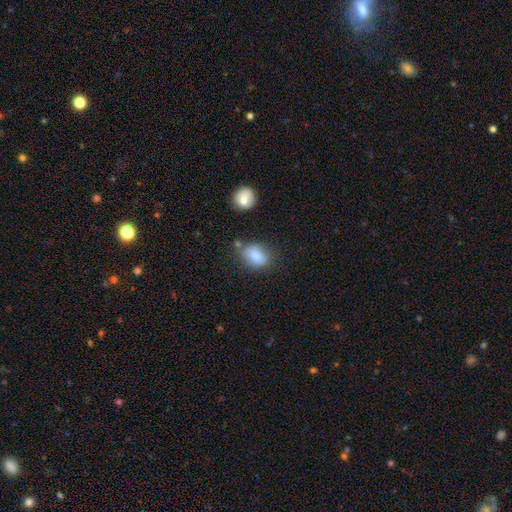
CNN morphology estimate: A smooth galaxy with no disk features (83%) that is in between round and cigar-shaped (68%). Merging: none (60%).